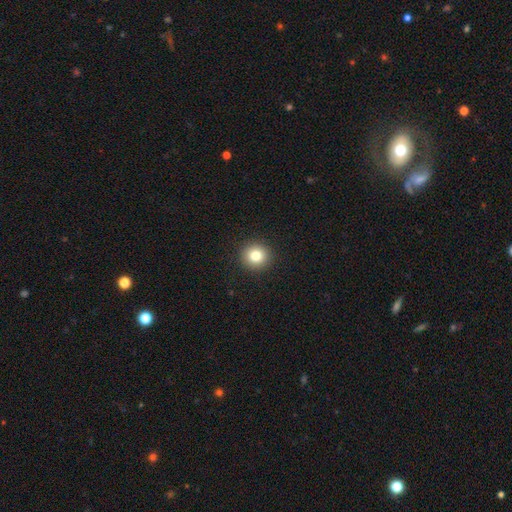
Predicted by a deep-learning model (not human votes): The model was most divided on "smooth or featured": smooth: 81%, star or artifact: 11%, featured or disk: 7%. More confident: how rounded — round (93%); merging — none (93%).